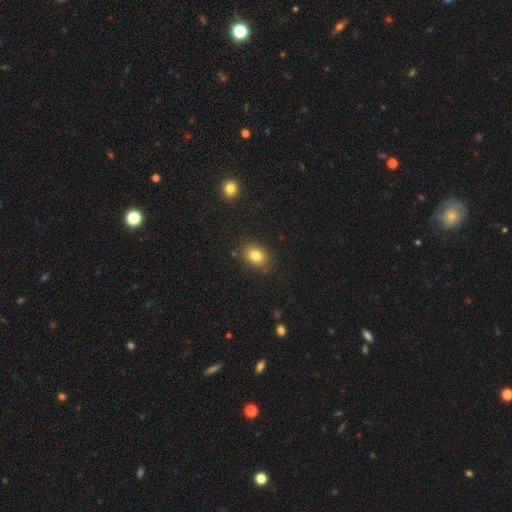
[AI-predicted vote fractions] Overall: smooth (82%). How rounded: in between (64%; round 35%). Merging: none (85%).